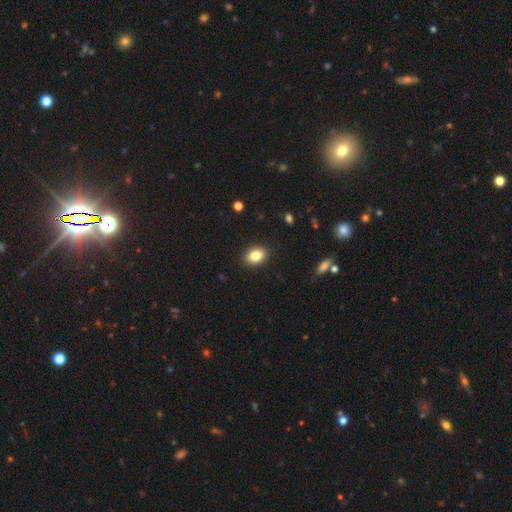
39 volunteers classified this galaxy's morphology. smooth-or-featured: smooth: 82% | featured or disk: 13% | star or artifact: 5%
  how-rounded: in between: 62% | round: 34% | cigar-shaped: 3%
  merging: none: 86% | minor disturbance: 8% | major disturbance: 3% | merger: 3%